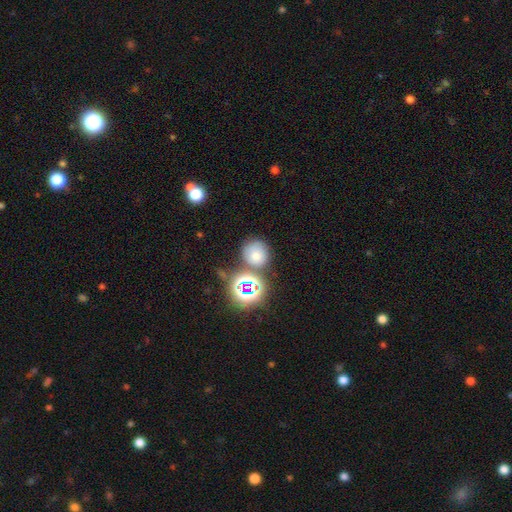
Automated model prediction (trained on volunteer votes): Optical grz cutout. It shows a smooth galaxy with no disk features (63%) that is round (83%). Merging: none (62%).